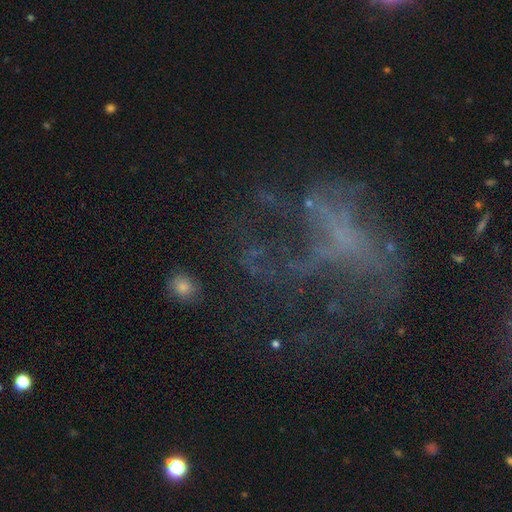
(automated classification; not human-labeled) Overall: featured or disk (54%; star or artifact 31%). Edge-on disk: no (96%). Bar: no (78%). Spiral arms: no (71%). Bulge size: none (75%). Merging: major disturbance (42%; none 41%).